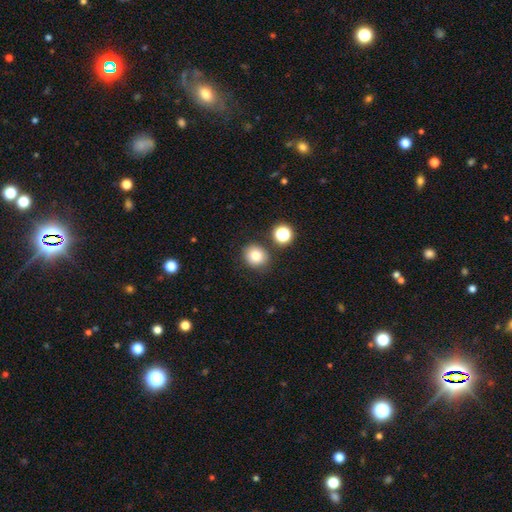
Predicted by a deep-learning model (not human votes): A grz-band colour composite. It shows a smooth galaxy with no disk features (80%) that is round (81%). Merging: none (82%).